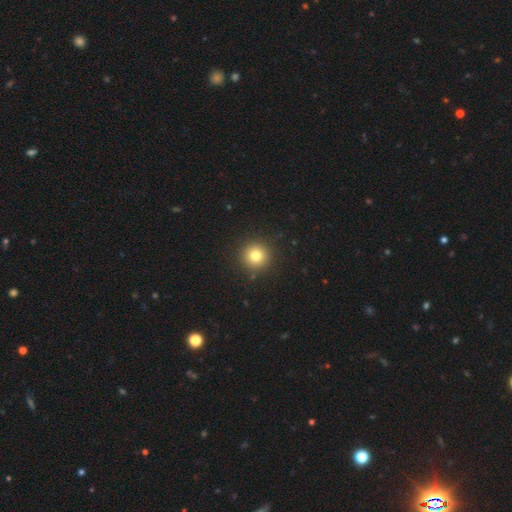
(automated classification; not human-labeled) Smooth or featured: smooth — 80% (star or artifact — 12%)
How rounded: round — 95% (in between — 4%)
Merging: none — 91% (minor disturbance — 5%)